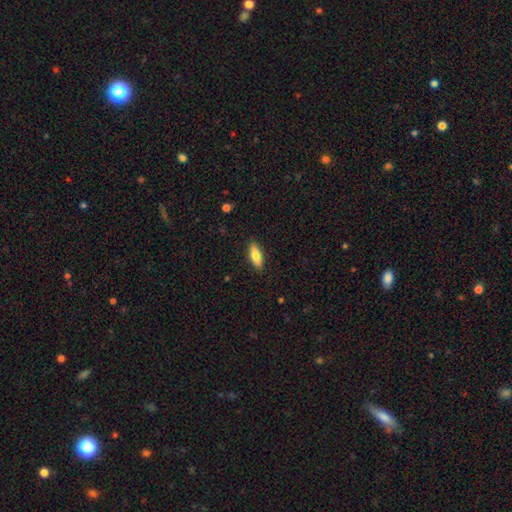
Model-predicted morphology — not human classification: smooth-or-featured: smooth: 75% | featured or disk: 19% | star or artifact: 6%
  how-rounded: in between: 68% | cigar-shaped: 30% | round: 2%
  merging: none: 89% | minor disturbance: 8% | major disturbance: 2% | merger: 1%